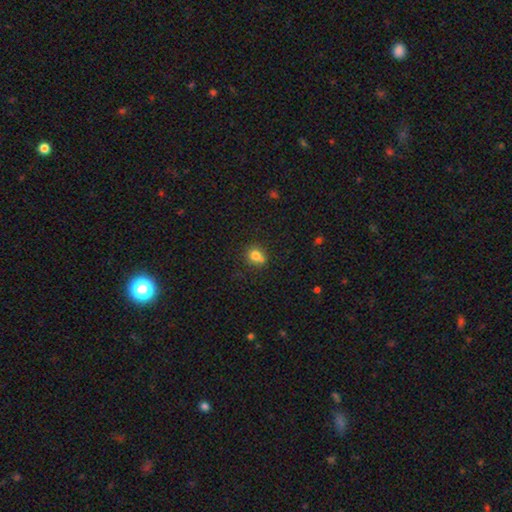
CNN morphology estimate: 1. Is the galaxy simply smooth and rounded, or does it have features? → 78% smooth, 12% star or artifact, 10% featured or disk.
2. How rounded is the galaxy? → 69% round, 30% in between, 1% cigar-shaped.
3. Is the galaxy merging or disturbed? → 59% none, 20% minor disturbance, 15% merger, 5% major disturbance.